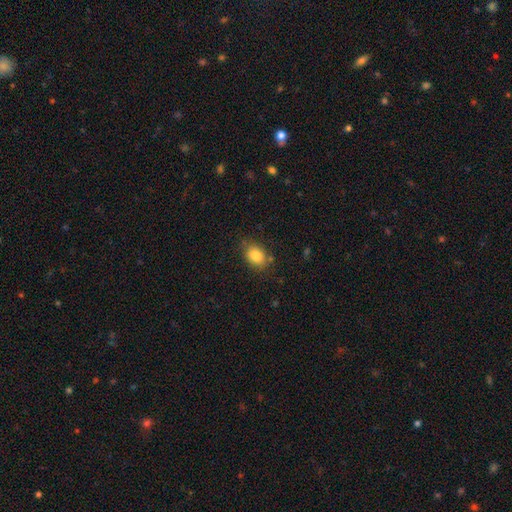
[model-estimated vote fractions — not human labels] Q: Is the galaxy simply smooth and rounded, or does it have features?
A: smooth — 84%.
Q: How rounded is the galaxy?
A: in between — 66%.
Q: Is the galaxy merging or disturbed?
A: none — 79%.